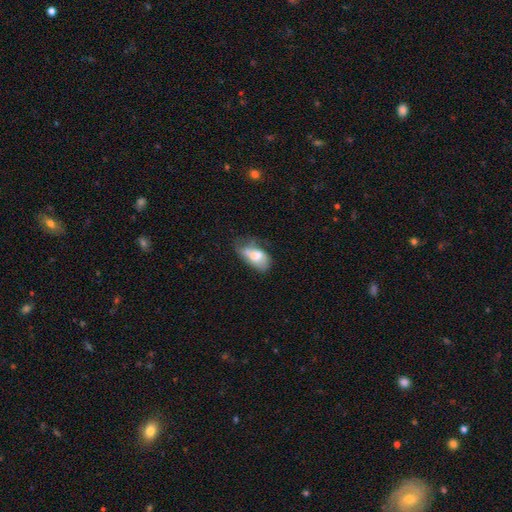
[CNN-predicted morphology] This is likely a smooth galaxy (62%). How rounded: clearly in between (90%). Merging: marginally minor disturbance (31%).